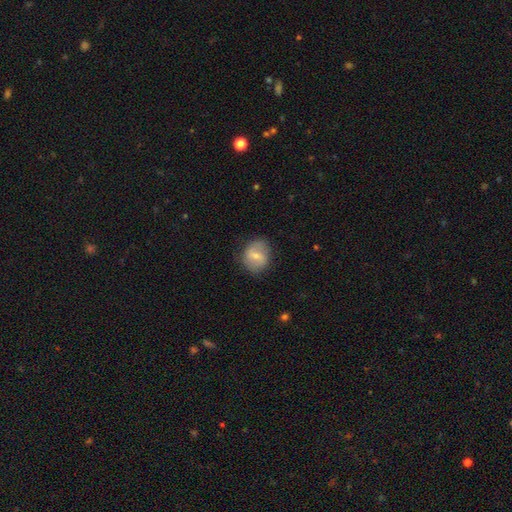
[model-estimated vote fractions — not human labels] smooth-or-featured: smooth: 51% | featured or disk: 42% | star or artifact: 7%
  how-rounded: round: 67% | in between: 32% | cigar-shaped: 1%
  merging: none: 78% | minor disturbance: 16% | major disturbance: 5% | merger: 1%